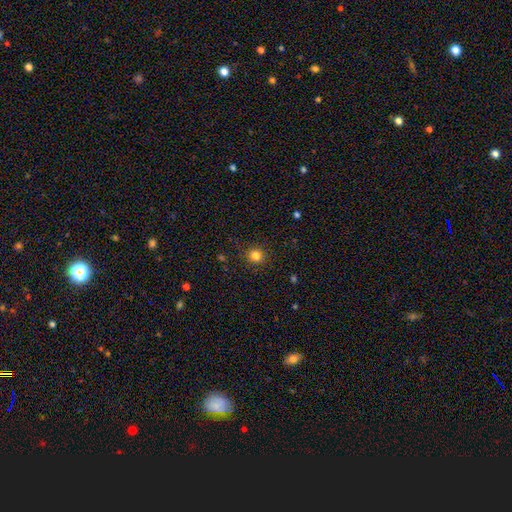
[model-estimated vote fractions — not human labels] smooth_or_featured: smooth (p=0.82) [alt: star or artifact p=0.13]
how_rounded: round (p=0.90) [alt: in between p=0.09]
merging: none (p=0.89) [alt: minor disturbance p=0.07]